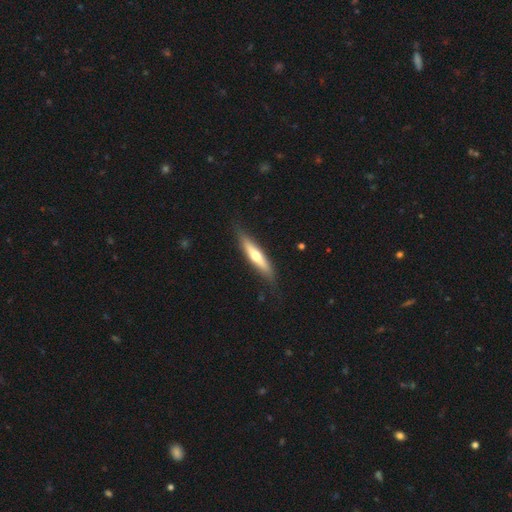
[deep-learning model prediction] This is possibly a smooth galaxy (48%). Merging: clearly none (82%).